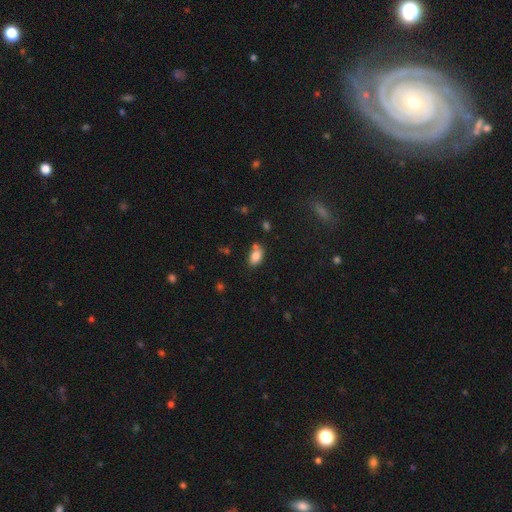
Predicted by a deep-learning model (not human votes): smooth_or_featured: smooth (p=0.83) [alt: star or artifact p=0.09]
how_rounded: in between (p=0.89) [alt: round p=0.09]
merging: none (p=0.63) [alt: minor disturbance p=0.17]